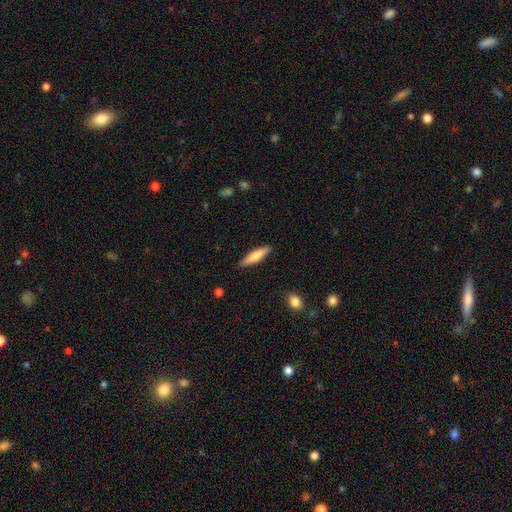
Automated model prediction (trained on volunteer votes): Q: Smooth or featured?
A: smooth (70%); runner-up: featured or disk (25%)
Q: How rounded?
A: cigar-shaped (77%); runner-up: in between (22%)
Q: Merging?
A: none (87%); runner-up: minor disturbance (9%)